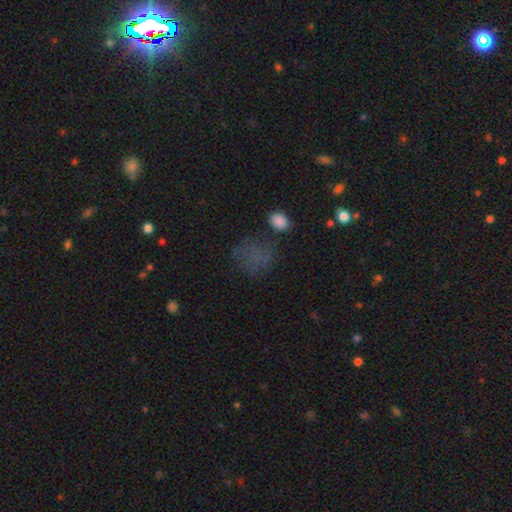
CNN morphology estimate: Smooth or featured?
  - smooth: 59% *
  - star or artifact: 28%
  - featured or disk: 13%
How rounded?
  - round: 59% *
  - in between: 39%
  - cigar-shaped: 2%
Merging?
  - none: 58% *
  - minor disturbance: 21%
  - major disturbance: 17%
  - merger: 5%